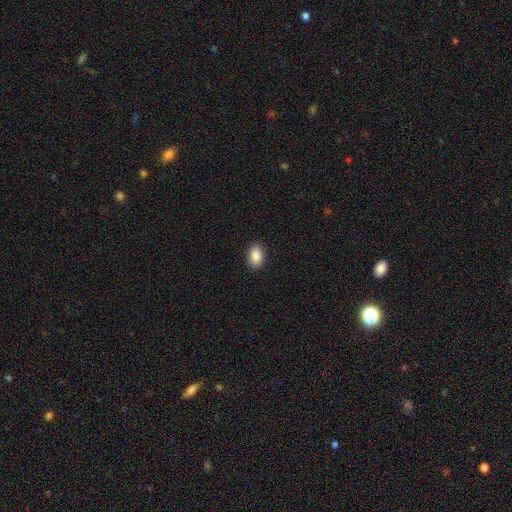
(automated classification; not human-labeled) This appears to be a smooth galaxy with no disk features (88%) that is in between round and cigar-shaped (90%). Merging: none (90%).